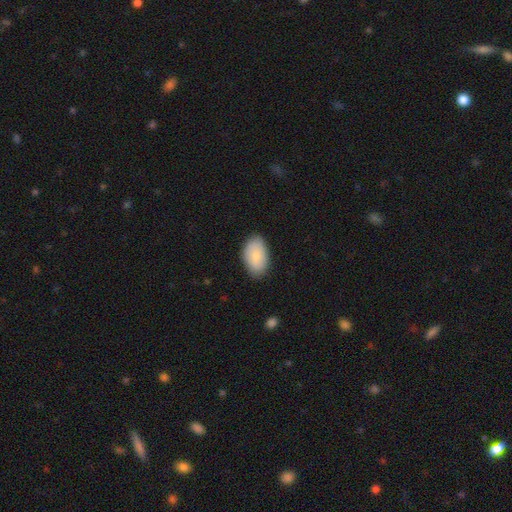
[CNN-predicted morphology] The model was most divided on "merging": none: 81%, minor disturbance: 15%, major disturbance: 3%, merger: 1%. More confident: how rounded — in between (92%); smooth or featured — smooth (82%).